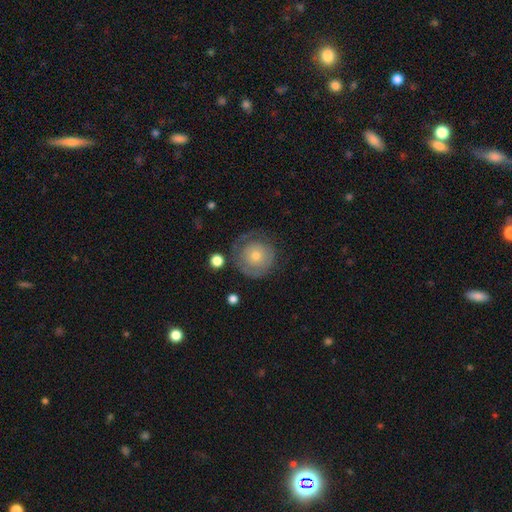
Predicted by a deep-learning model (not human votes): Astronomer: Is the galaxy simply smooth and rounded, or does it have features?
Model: smooth — 50% (runner-up: featured or disk, 43%).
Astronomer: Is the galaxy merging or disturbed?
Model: none — 59%.